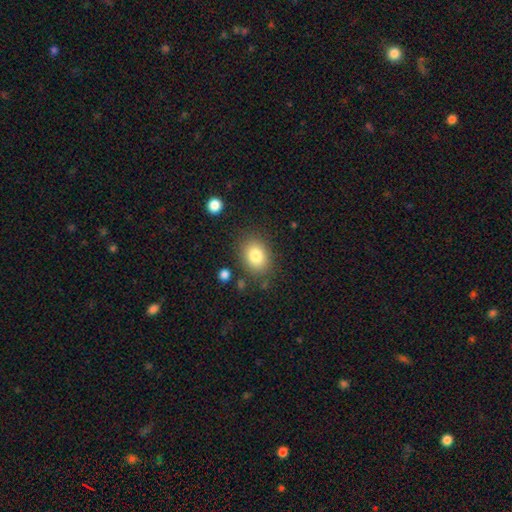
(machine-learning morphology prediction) Smooth or featured? Predicted: smooth (p=0.82). How rounded? Predicted: in between (p=0.61). Merging? Predicted: none (p=0.82).